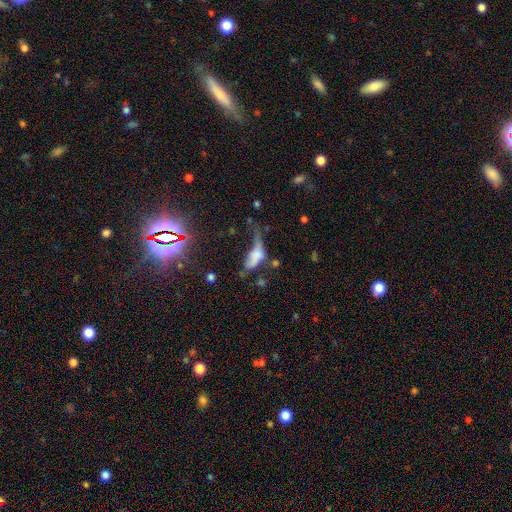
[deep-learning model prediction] This is possibly a smooth galaxy (56%). How rounded: likely in between (69%). Merging: possibly major disturbance (50%).